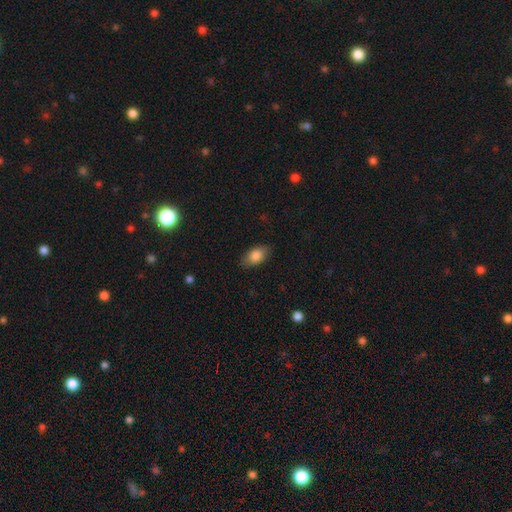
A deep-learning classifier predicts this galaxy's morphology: The model was most divided on "merging": none: 83%, minor disturbance: 13%, major disturbance: 3%, merger: 1%. More confident: how rounded — in between (90%); smooth or featured — smooth (83%).